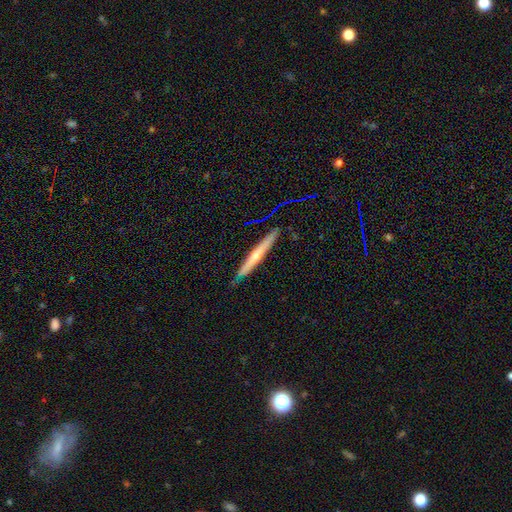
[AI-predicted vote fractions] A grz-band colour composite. It shows a featured or disk galaxy (57%) viewed edge-on (95%) with a rounded central bulge (55%). Merging: none (85%).